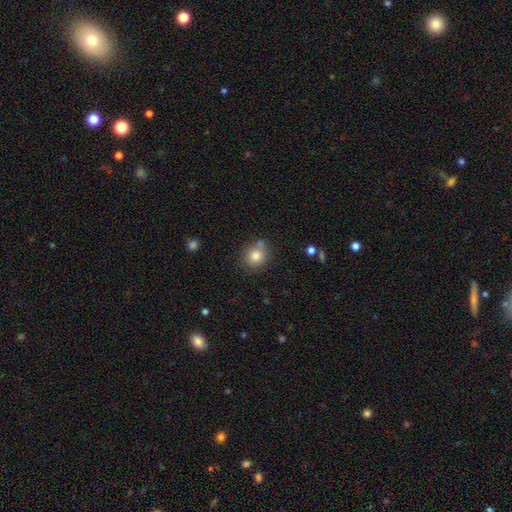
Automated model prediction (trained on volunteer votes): A smooth galaxy with no disk features (82%) that is round (79%). Merging: none (69%).